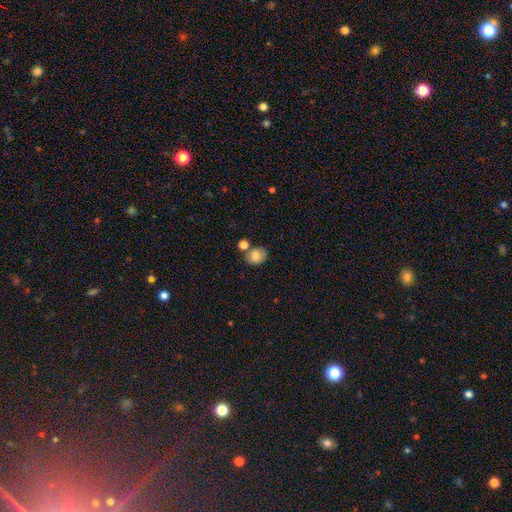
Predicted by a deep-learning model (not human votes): smooth 81%, featured or disk 9%, star or artifact 9%. Down the decision tree: how rounded — round (54%); merging — none (62%).